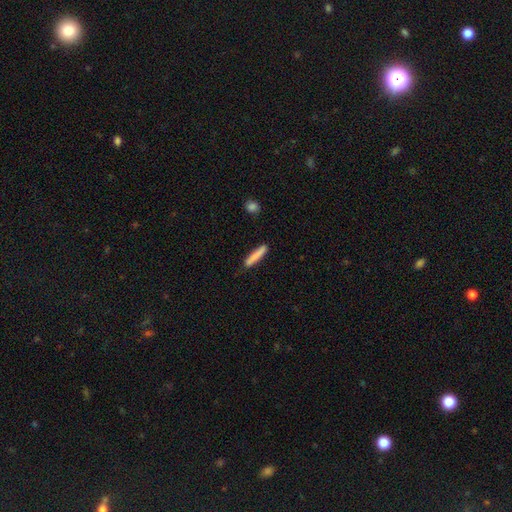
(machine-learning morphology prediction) type=smooth (82%); roundness=cigar-shaped (90%); merging=none (84%).